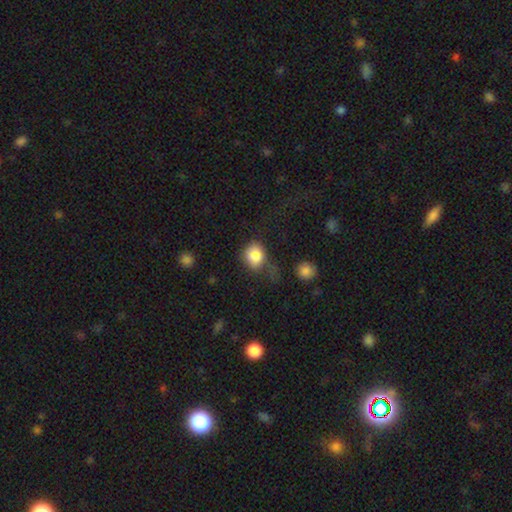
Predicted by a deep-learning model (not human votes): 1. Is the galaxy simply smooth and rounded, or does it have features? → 82% smooth, 9% star or artifact, 9% featured or disk.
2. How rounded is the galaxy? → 52% round, 47% in between, 1% cigar-shaped.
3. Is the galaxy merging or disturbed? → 36% none, 28% minor disturbance, 28% major disturbance, 8% merger.